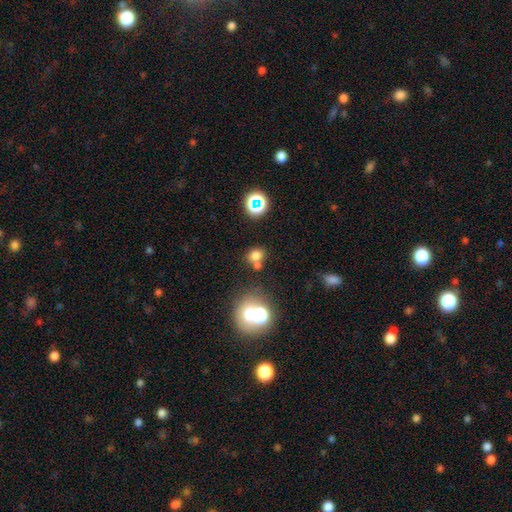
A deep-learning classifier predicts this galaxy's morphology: Smooth or featured: smooth — 72% (star or artifact — 19%)
How rounded: round — 62% (in between — 37%)
Merging: none — 57% (merger — 27%)